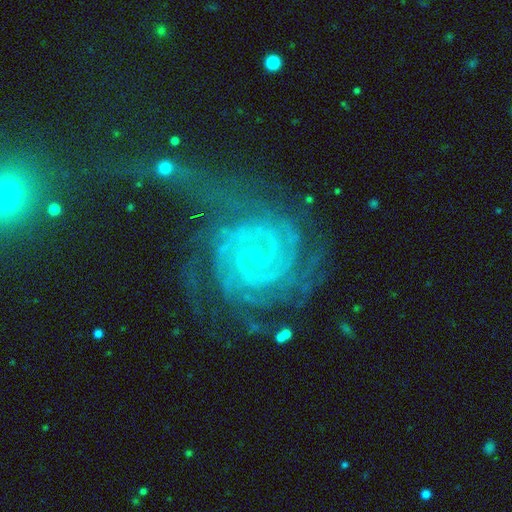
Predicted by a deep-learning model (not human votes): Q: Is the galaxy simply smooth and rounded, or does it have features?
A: featured or disk — 88%.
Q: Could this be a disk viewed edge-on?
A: no — 98%.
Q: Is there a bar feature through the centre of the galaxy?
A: no — 58%.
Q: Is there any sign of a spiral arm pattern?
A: yes — 98%.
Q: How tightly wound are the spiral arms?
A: tight — 85%.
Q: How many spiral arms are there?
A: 2 — 30%.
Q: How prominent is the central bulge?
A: small — 88%.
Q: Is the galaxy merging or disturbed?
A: none — 52%.